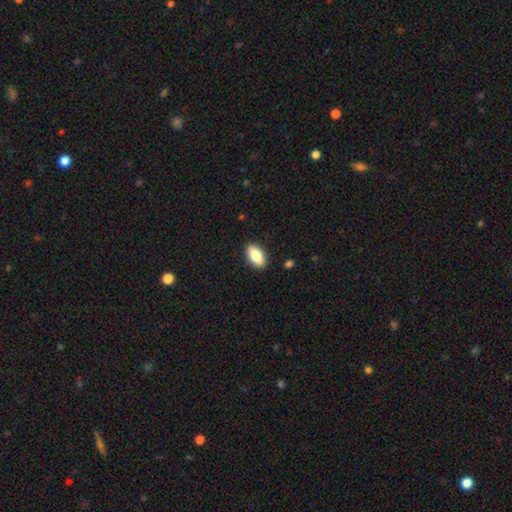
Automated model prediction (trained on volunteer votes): The model was most divided on "smooth or featured": smooth: 81%, featured or disk: 12%, star or artifact: 7%. More confident: how rounded — in between (91%); merging — none (89%).